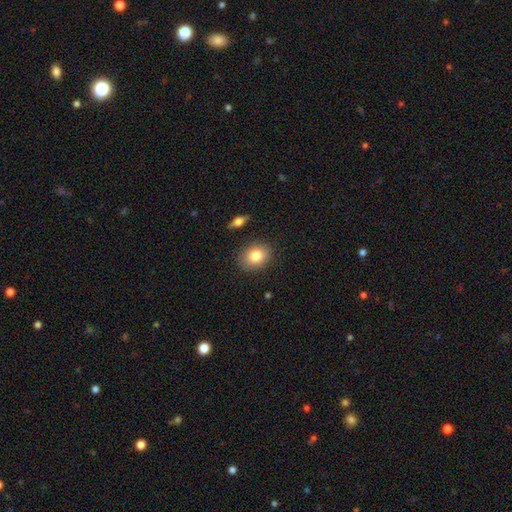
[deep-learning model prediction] Smooth or featured? Predicted: smooth (p=0.81). How rounded? Predicted: in between (p=0.55). Merging? Predicted: none (p=0.85).